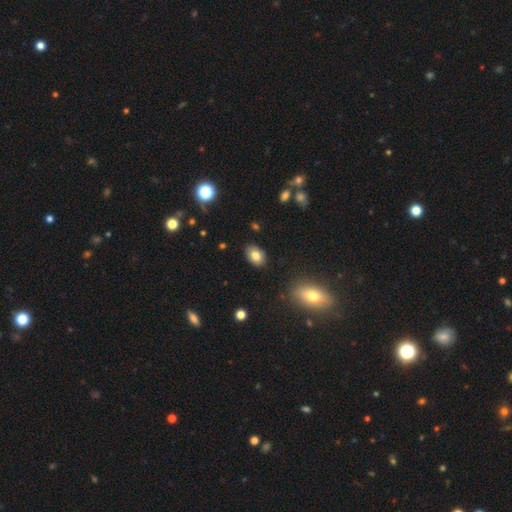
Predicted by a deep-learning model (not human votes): The model was most divided on "how rounded": in between: 81%, round: 18%, cigar-shaped: 1%. More confident: merging — none (88%); smooth or featured — smooth (80%).